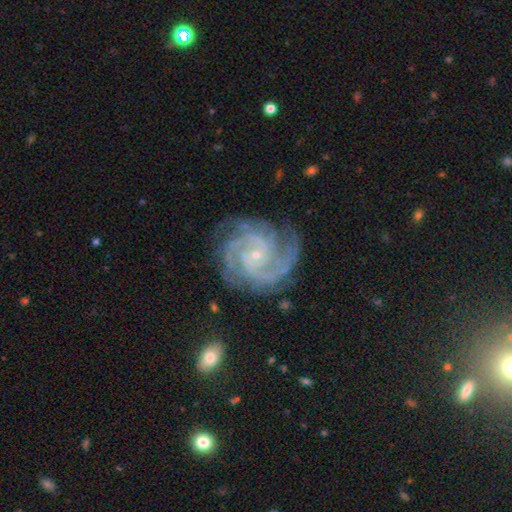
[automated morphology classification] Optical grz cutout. It shows a featured or disk galaxy (92%) with no bar (66%), 3 (33%) tight (64%) spiral arms (98%) and a small central bulge (84%). Merging: none (75%).